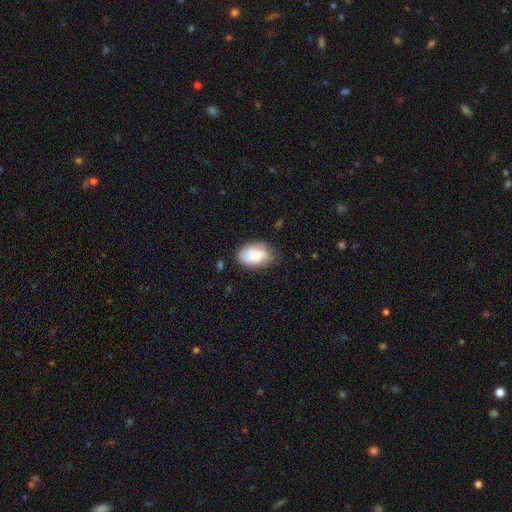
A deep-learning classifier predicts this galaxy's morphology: The model was most divided on "merging": none: 70%, minor disturbance: 23%, major disturbance: 5%, merger: 2%. More confident: how rounded — in between (88%); smooth or featured — smooth (72%).